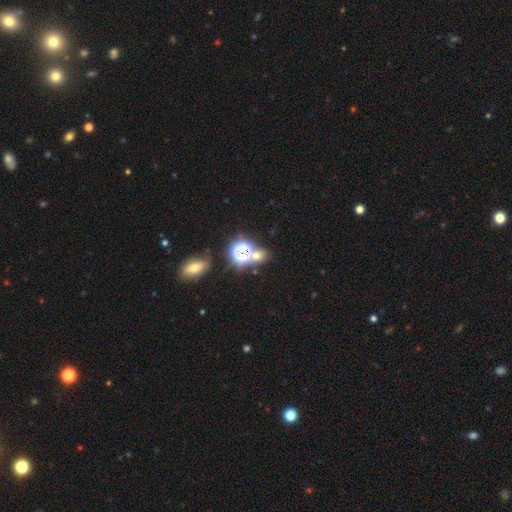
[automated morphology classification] Smooth or featured: smooth — 51% (star or artifact — 40%)
How rounded: round — 69% (in between — 30%)
Merging: none — 61% (merger — 26%)